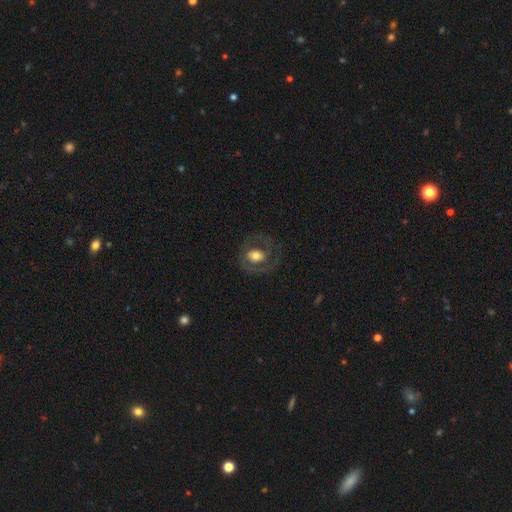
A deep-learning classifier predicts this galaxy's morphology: Smooth or featured? Predicted: featured or disk (p=0.52). Edge-on disk? Predicted: no (p=0.95). Merging? Predicted: none (p=0.69).